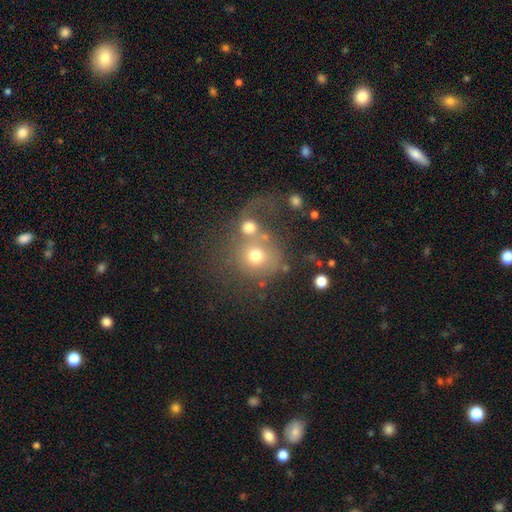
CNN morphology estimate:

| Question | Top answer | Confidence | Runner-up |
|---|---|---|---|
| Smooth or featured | smooth | 61% | featured or disk (24%) |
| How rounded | round | 81% | in between (18%) |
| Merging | merger | 47% | none (30%) |